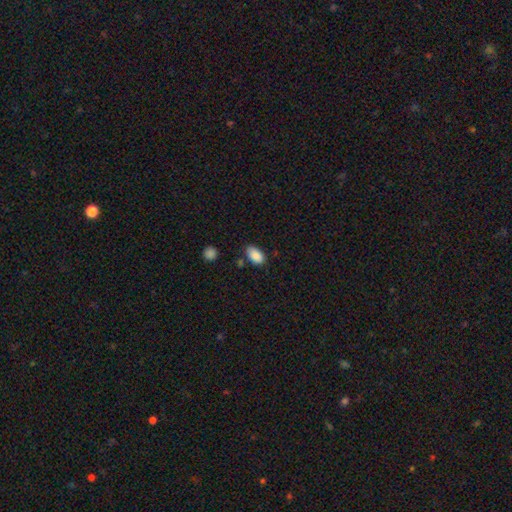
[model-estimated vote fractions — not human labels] A smooth galaxy with no disk features (88%) that is in between round and cigar-shaped (92%).

Vote fractions:
- Smooth or featured? smooth: 88% / star or artifact: 8% / featured or disk: 4%
- How rounded? in between: 92% / round: 6% / cigar-shaped: 2%
- Merging? none: 70% / minor disturbance: 22% / merger: 4% / major disturbance: 4%